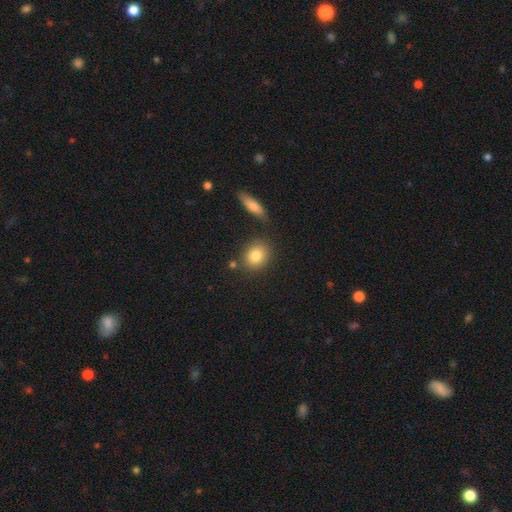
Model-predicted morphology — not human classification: Q: Smooth or featured?
A: smooth (82%); runner-up: featured or disk (9%)
Q: How rounded?
A: round (65%); runner-up: in between (33%)
Q: Merging?
A: none (78%); runner-up: minor disturbance (11%)